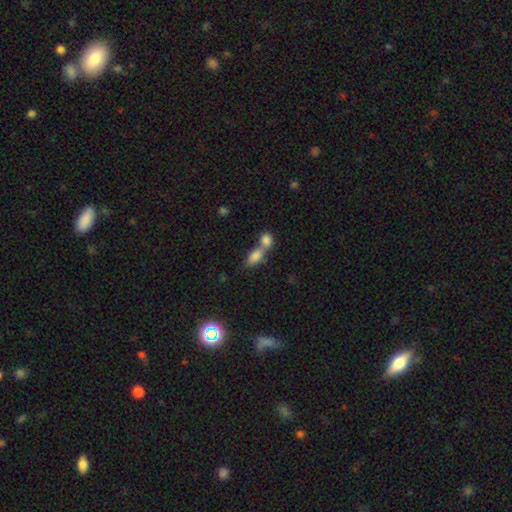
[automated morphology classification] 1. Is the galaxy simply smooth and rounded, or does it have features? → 80% smooth, 11% featured or disk, 9% star or artifact.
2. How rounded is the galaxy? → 81% in between, 10% cigar-shaped, 9% round.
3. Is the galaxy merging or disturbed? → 62% merger, 27% none, 7% minor disturbance, 4% major disturbance.